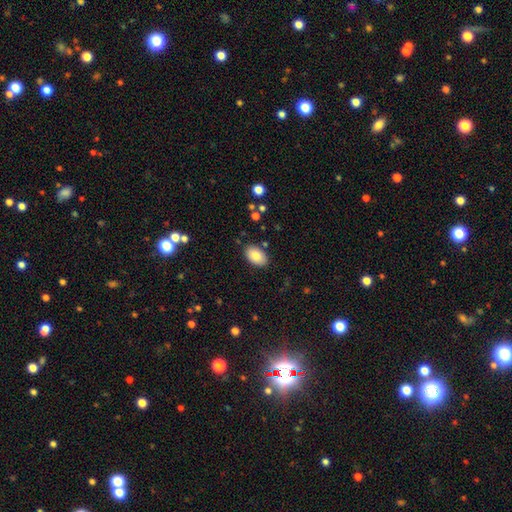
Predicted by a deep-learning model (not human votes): A smooth galaxy with no disk features (83%) that is in between round and cigar-shaped (92%).

Vote fractions:
- Smooth or featured? smooth: 83% / featured or disk: 10% / star or artifact: 7%
- How rounded? in between: 92% / round: 7% / cigar-shaped: 1%
- Merging? none: 87% / minor disturbance: 9% / major disturbance: 2% / merger: 2%